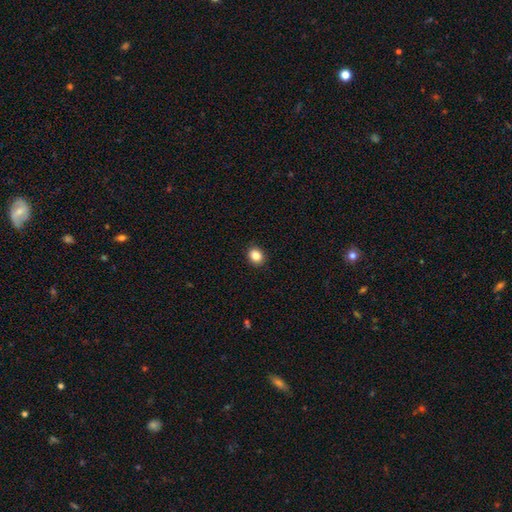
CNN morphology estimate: Smooth or featured? smooth (86%)
How rounded? round (59%)
Merging? none (90%)